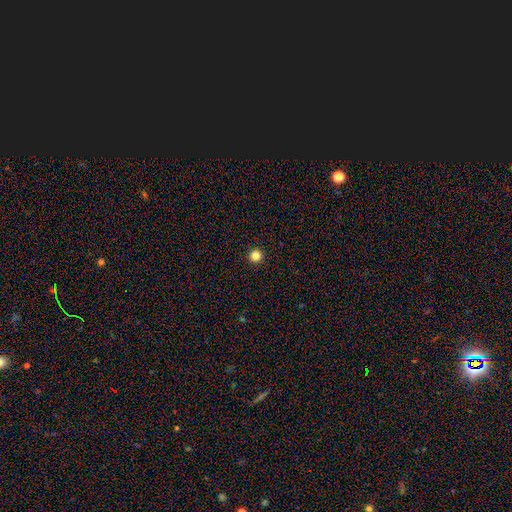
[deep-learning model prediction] Morphology: type=smooth (84%); roundness=round (97%); merging=none (94%).